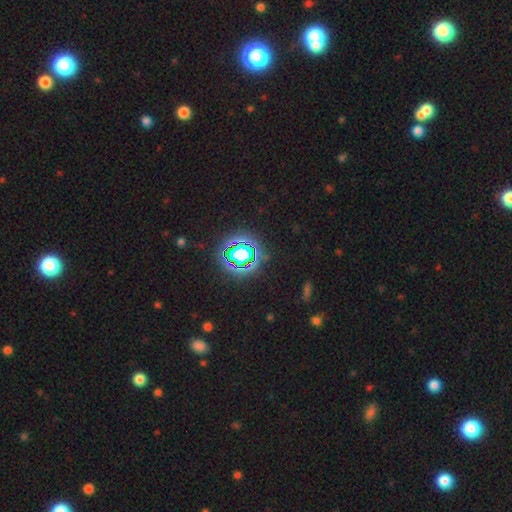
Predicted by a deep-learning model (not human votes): Smooth or featured: star or artifact — 80% (smooth — 13%)